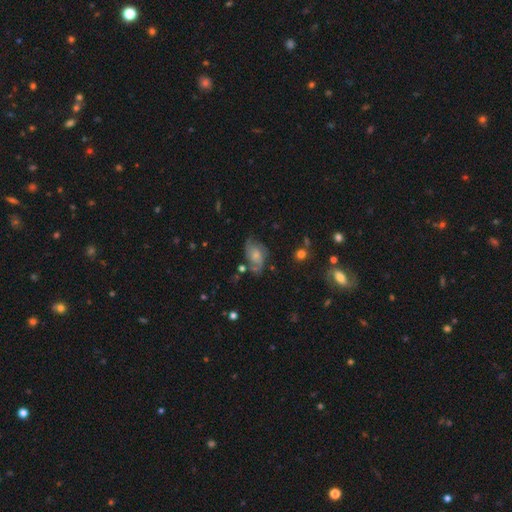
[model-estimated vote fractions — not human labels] Smooth or featured? Predicted: featured or disk (p=0.60). Edge-on disk? Predicted: no (p=0.96). Bar? Predicted: no (p=0.72). Spiral arms? Predicted: yes (p=0.83). Bulge size? Predicted: small (p=0.50). Merging? Predicted: none (p=0.52).